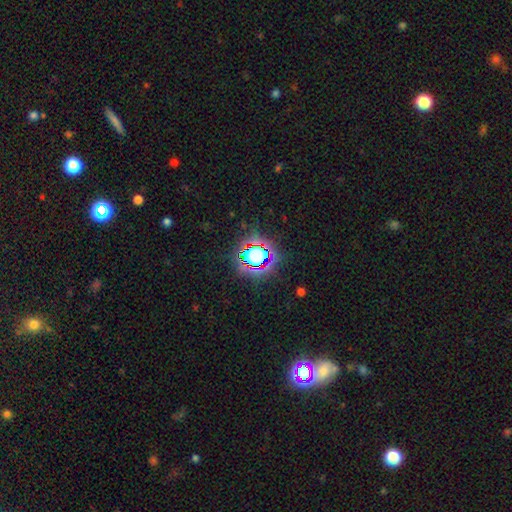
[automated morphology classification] This is likely a star or artifact rather than a galaxy (65%).